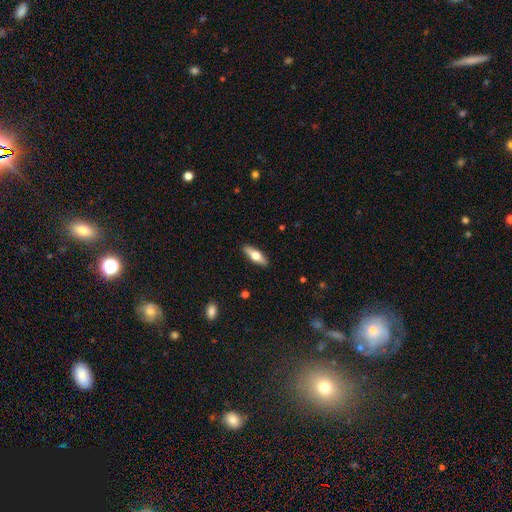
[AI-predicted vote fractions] smooth-or-featured: smooth: 52% | featured or disk: 42% | star or artifact: 6%
  how-rounded: in between: 51% | cigar-shaped: 46% | round: 3%
  merging: none: 89% | minor disturbance: 8% | major disturbance: 2% | merger: 1%